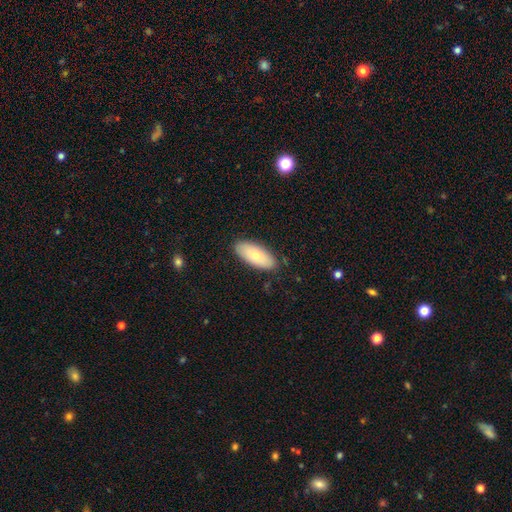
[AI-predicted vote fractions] Smooth or featured: smooth — 74% (featured or disk — 20%)
How rounded: in between — 87% (cigar-shaped — 11%)
Merging: none — 87% (minor disturbance — 10%)